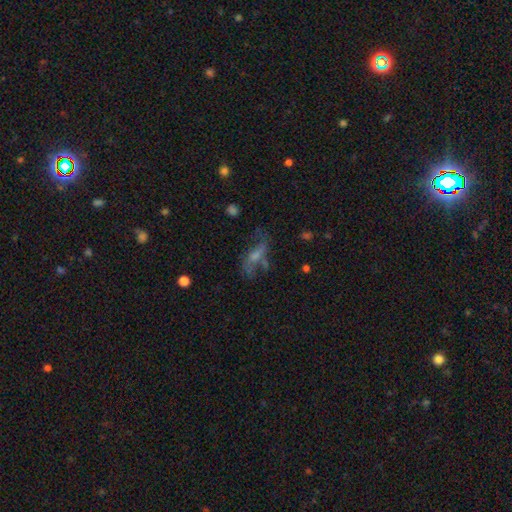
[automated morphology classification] A featured or disk galaxy (56%).

Vote fractions:
- Smooth or featured? featured or disk: 56% / smooth: 27% / star or artifact: 17%
- Edge-on disk? no: 81% / yes: 19%
- Merging? none: 51% / major disturbance: 21% / minor disturbance: 20% / merger: 8%